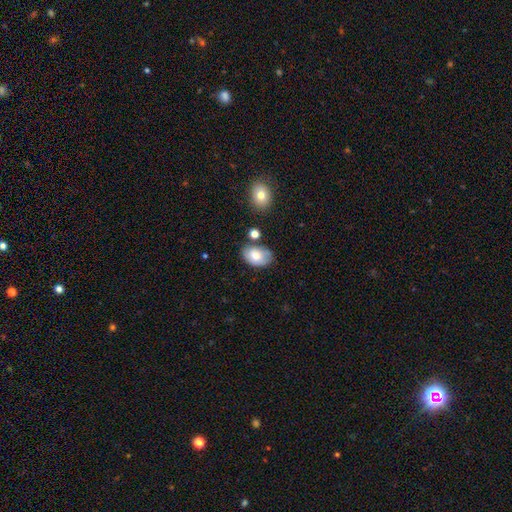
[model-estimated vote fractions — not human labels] smooth 73%, featured or disk 19%, star or artifact 8%. Down the decision tree: how rounded — in between (86%); merging — none (64%).